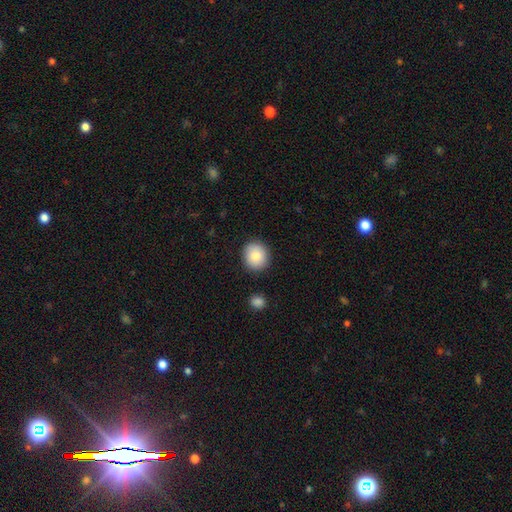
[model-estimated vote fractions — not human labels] A smooth galaxy with no disk features (84%) that is round (82%). Merging: none (88%).